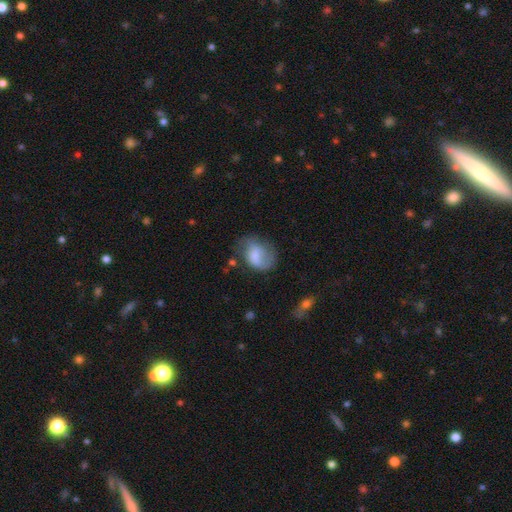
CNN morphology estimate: Smooth or featured: smooth — 65% (featured or disk — 26%)
How rounded: in between — 68% (round — 31%)
Merging: none — 42% (minor disturbance — 32%)